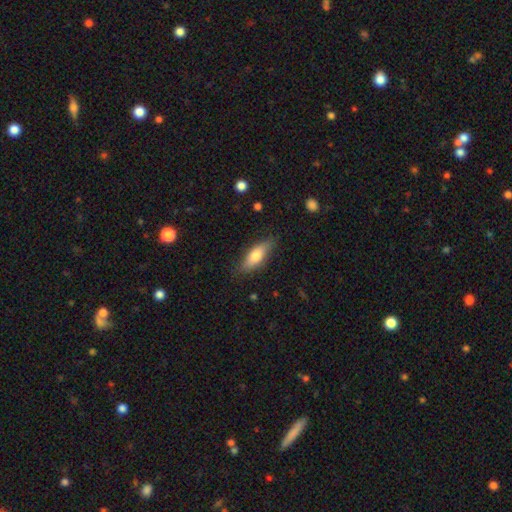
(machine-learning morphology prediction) This appears to be a smooth galaxy with no disk features (71%) that is in between round and cigar-shaped (60%). Merging: none (80%).